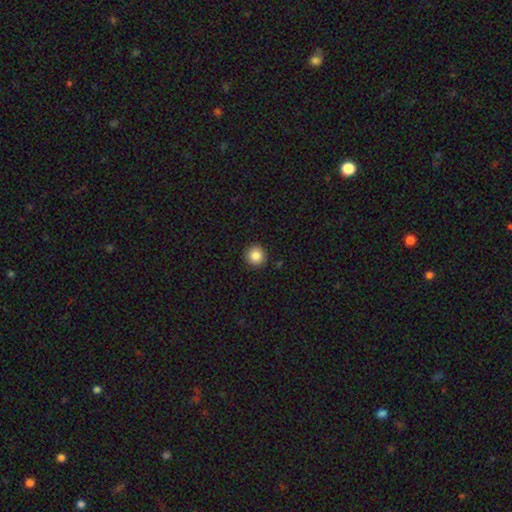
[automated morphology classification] smooth-or-featured: smooth: 86% | star or artifact: 9% | featured or disk: 4%
  how-rounded: round: 94% | in between: 5% | cigar-shaped: 1%
  merging: none: 92% | minor disturbance: 5% | major disturbance: 2% | merger: 1%